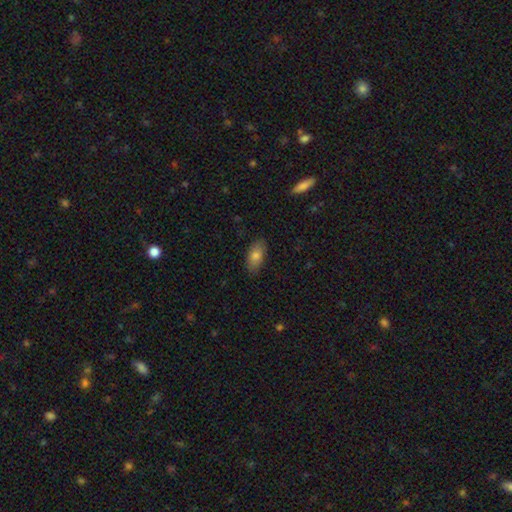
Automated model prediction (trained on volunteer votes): A smooth galaxy with no disk features (80%) that is in between round and cigar-shaped (91%).

Vote fractions:
- Smooth or featured? smooth: 80% / featured or disk: 13% / star or artifact: 7%
- How rounded? in between: 91% / cigar-shaped: 6% / round: 4%
- Merging? none: 84% / minor disturbance: 12% / major disturbance: 2% / merger: 1%